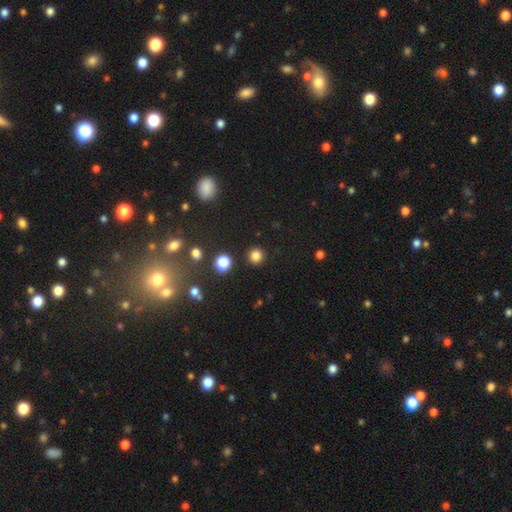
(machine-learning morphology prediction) Smooth or featured? Predicted: smooth (p=0.82). How rounded? Predicted: round (p=0.93). Merging? Predicted: none (p=0.91).